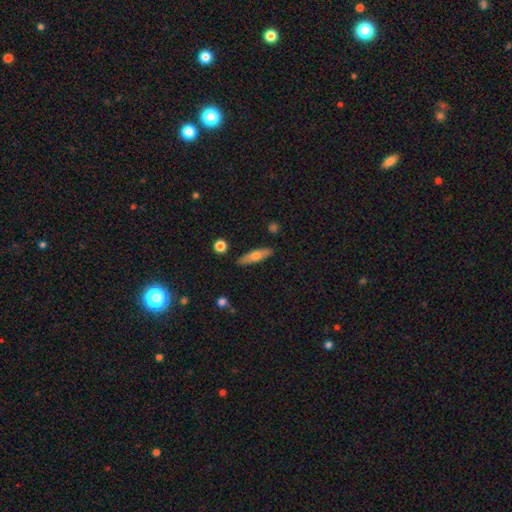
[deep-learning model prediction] A smooth galaxy with no disk features (61%) that is cigar-shaped (68%).

Vote fractions:
- Smooth or featured? smooth: 61% / featured or disk: 33% / star or artifact: 6%
- How rounded? cigar-shaped: 68% / in between: 29% / round: 3%
- Merging? none: 87% / minor disturbance: 9% / major disturbance: 2% / merger: 2%